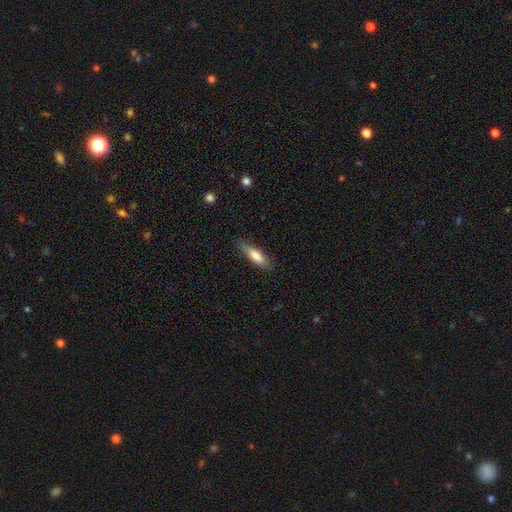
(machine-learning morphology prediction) Smooth or featured? Predicted: smooth (p=0.75). How rounded? Predicted: cigar-shaped (p=0.62). Merging? Predicted: none (p=0.79).